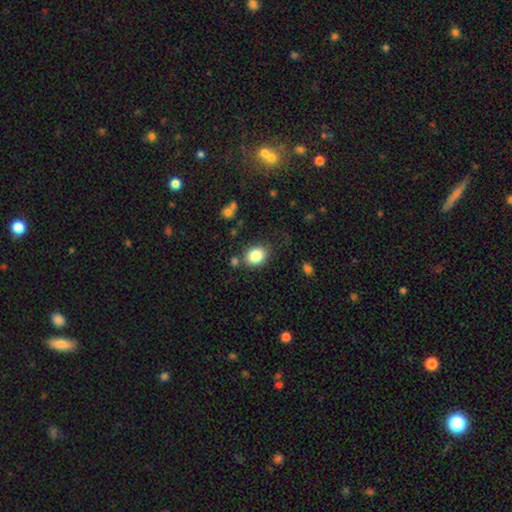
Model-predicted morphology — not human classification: Q: Smooth or featured?
A: smooth (85%); runner-up: star or artifact (9%)
Q: How rounded?
A: in between (50%); runner-up: round (49%)
Q: Merging?
A: none (76%); runner-up: minor disturbance (14%)